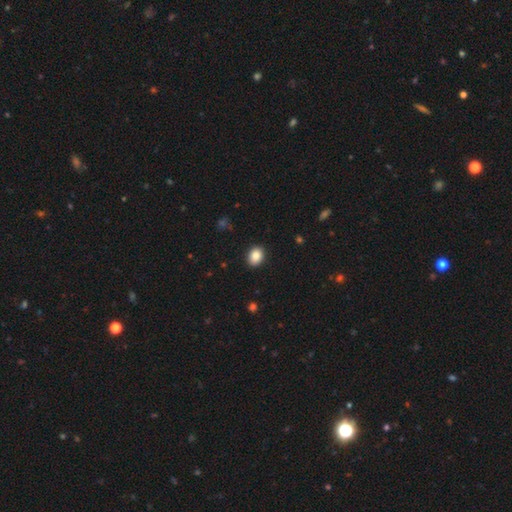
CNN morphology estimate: smooth 86%, star or artifact 8%, featured or disk 5%. Down the decision tree: how rounded — in between (62%); merging — none (90%).